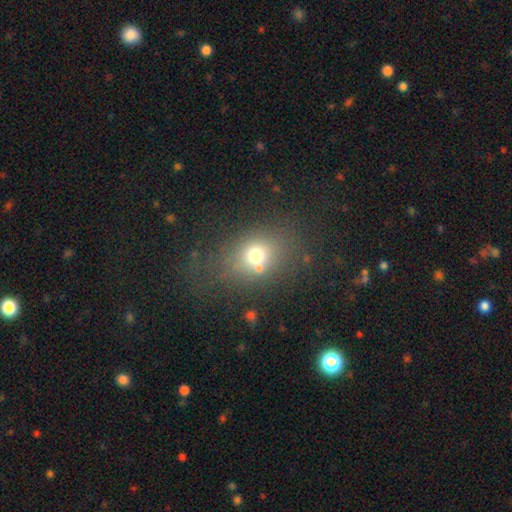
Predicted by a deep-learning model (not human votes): Morphology: type=smooth (67%); roundness=round (53%); merging=none (63%).